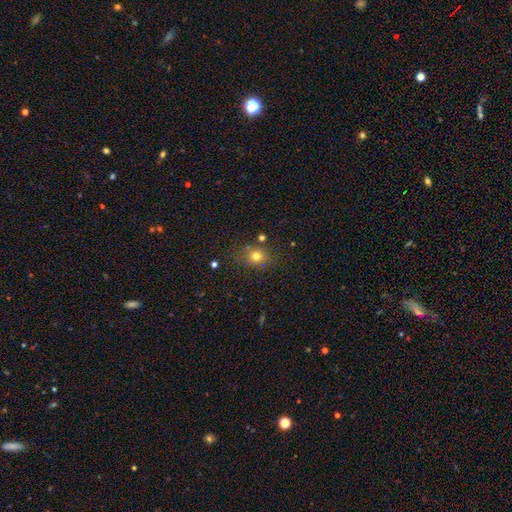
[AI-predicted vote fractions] This appears to be a smooth galaxy with no disk features (73%) that is round (67%). Merging: none (73%).